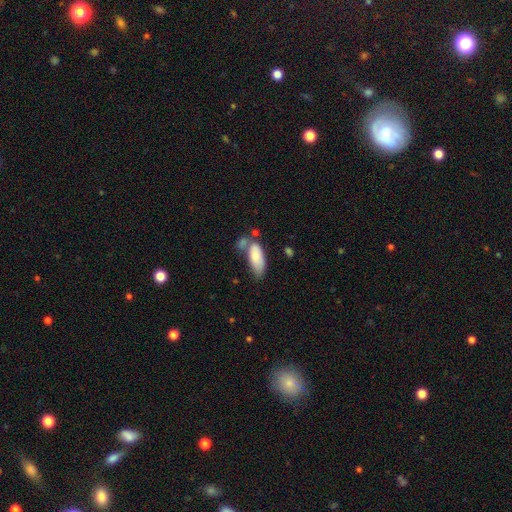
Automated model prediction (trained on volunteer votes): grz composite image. It shows a smooth galaxy with no disk features (77%) that is in between round and cigar-shaped (81%). Merging: none (38%).